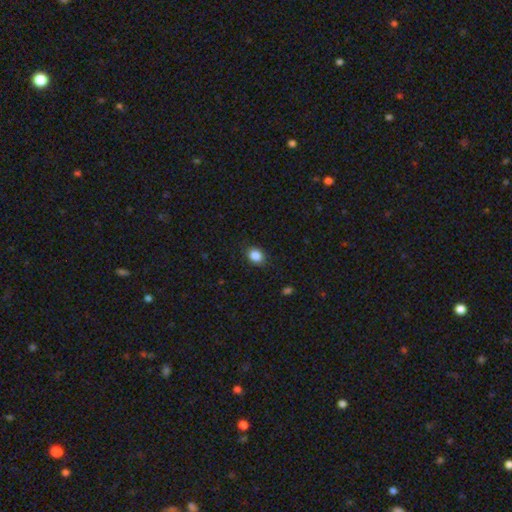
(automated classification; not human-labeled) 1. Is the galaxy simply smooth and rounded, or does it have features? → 87% smooth, 9% star or artifact, 4% featured or disk.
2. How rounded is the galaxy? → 56% in between, 43% round, 1% cigar-shaped.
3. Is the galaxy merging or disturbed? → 87% none, 10% minor disturbance, 2% major disturbance, 1% merger.